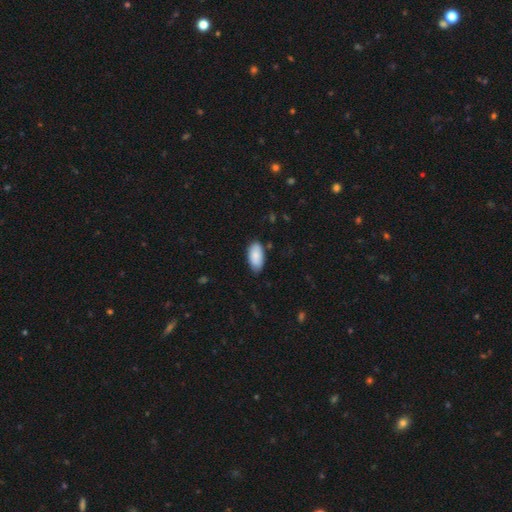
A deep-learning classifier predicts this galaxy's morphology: smooth-or-featured: smooth: 88% | featured or disk: 6% | star or artifact: 6%
  how-rounded: in between: 94% | cigar-shaped: 4% | round: 2%
  merging: none: 81% | minor disturbance: 15% | major disturbance: 2% | merger: 1%